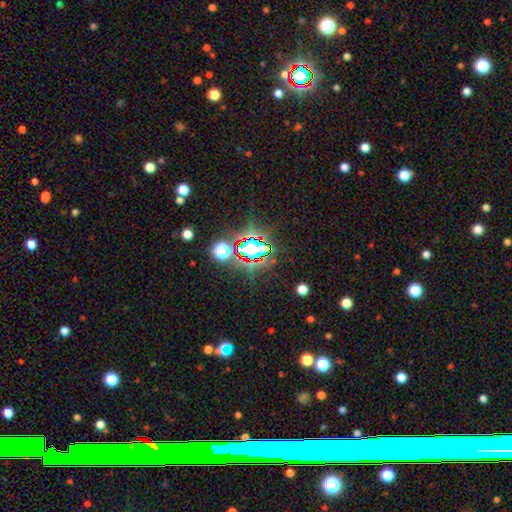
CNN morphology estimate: smooth-or-featured: star or artifact: 70% | smooth: 20% | featured or disk: 10%